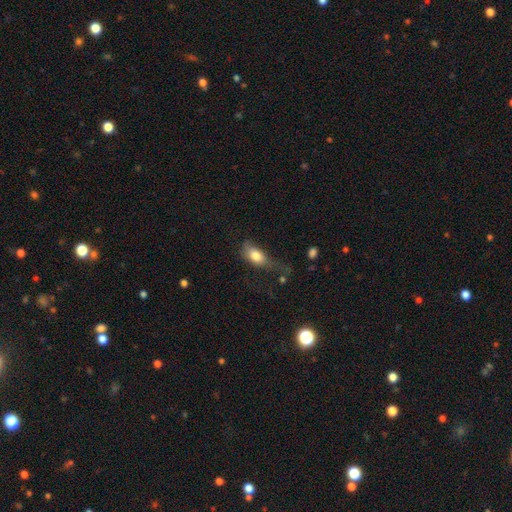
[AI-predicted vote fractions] smooth-or-featured: smooth: 79% | featured or disk: 13% | star or artifact: 8%
  how-rounded: in between: 86% | cigar-shaped: 7% | round: 7%
  merging: major disturbance: 36% | minor disturbance: 30% | none: 29% | merger: 4%